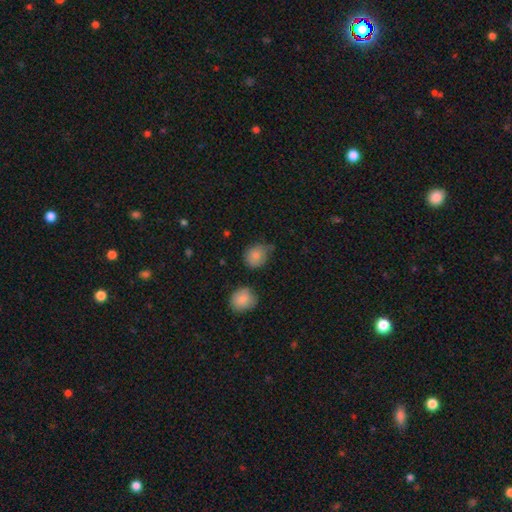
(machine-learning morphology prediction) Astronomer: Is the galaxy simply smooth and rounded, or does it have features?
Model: smooth — 83%.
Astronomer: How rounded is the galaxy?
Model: round — 69%.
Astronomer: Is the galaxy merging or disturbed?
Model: none — 59%.